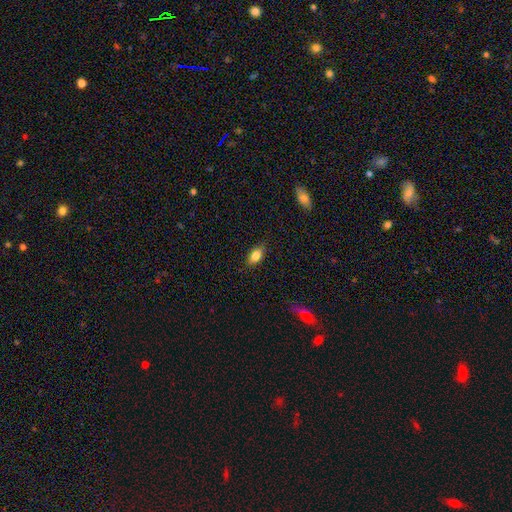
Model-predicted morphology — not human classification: smooth 81%, featured or disk 11%, star or artifact 8%. Down the decision tree: how rounded — in between (87%); merging — none (84%).